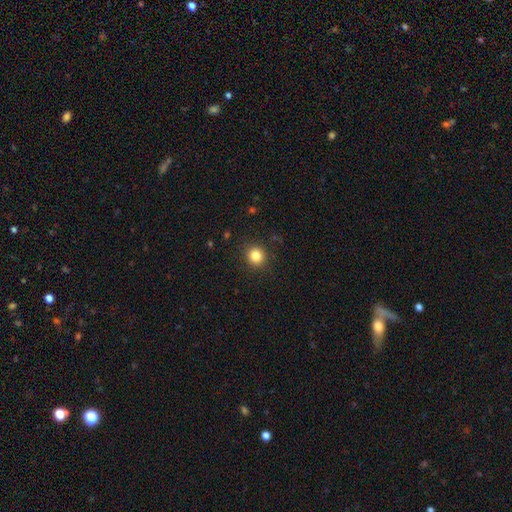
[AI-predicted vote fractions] Smooth or featured? Predicted: smooth (p=0.83). How rounded? Predicted: round (p=0.86). Merging? Predicted: none (p=0.90).